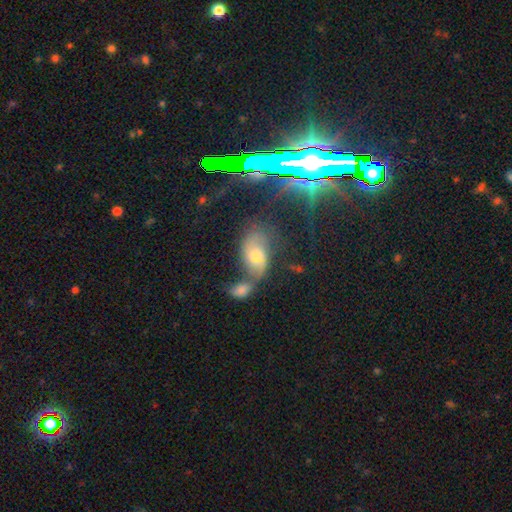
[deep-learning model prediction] Q: Smooth or featured?
A: featured or disk (50%); runner-up: smooth (39%)
Q: Edge-on disk?
A: no (94%); runner-up: yes (6%)
Q: Merging?
A: merger (40%); runner-up: none (27%)